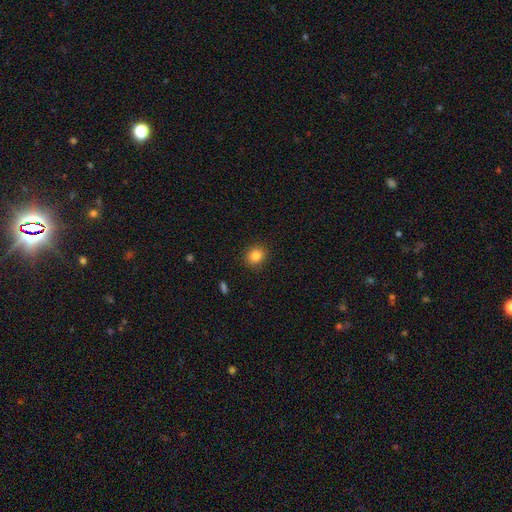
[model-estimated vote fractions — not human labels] This is clearly a smooth galaxy (84%). How rounded: likely round (76%). Merging: clearly none (90%).